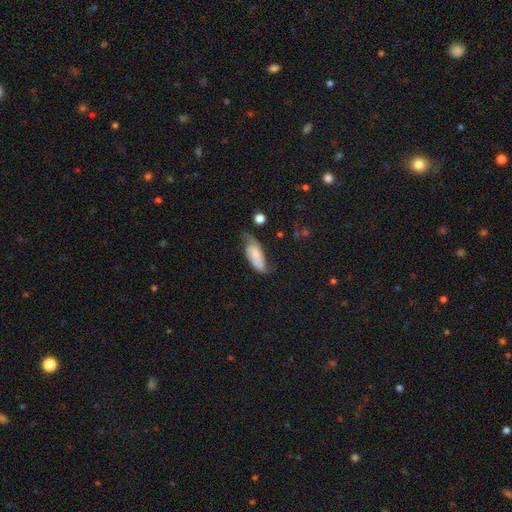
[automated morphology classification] Smooth or featured? Predicted: smooth (p=0.57). How rounded? Predicted: in between (p=0.80). Merging? Predicted: none (p=0.43).